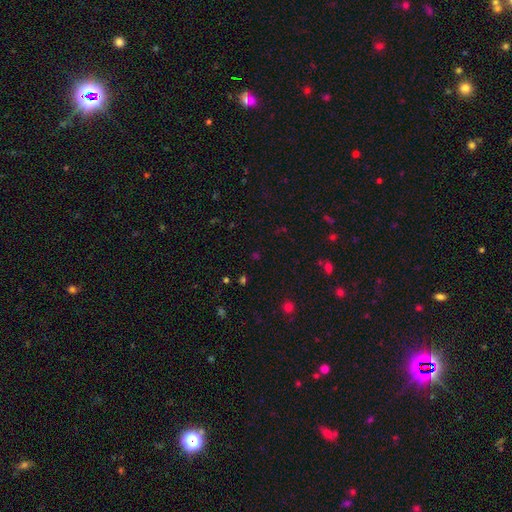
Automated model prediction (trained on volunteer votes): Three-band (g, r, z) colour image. It shows a star or artifact, not a galaxy (57%).